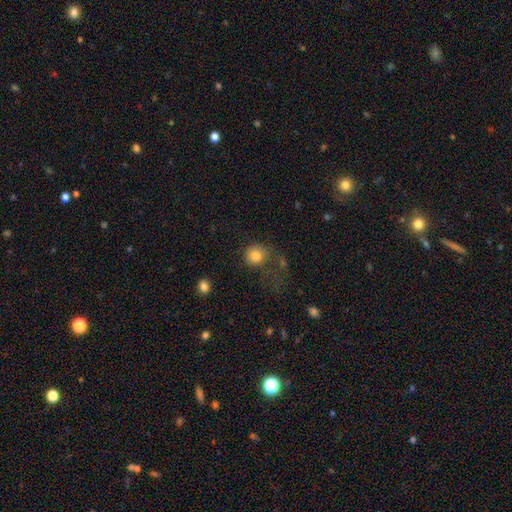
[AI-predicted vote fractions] A smooth galaxy with no disk features (83%) that is round (80%). Merging: none (47%).